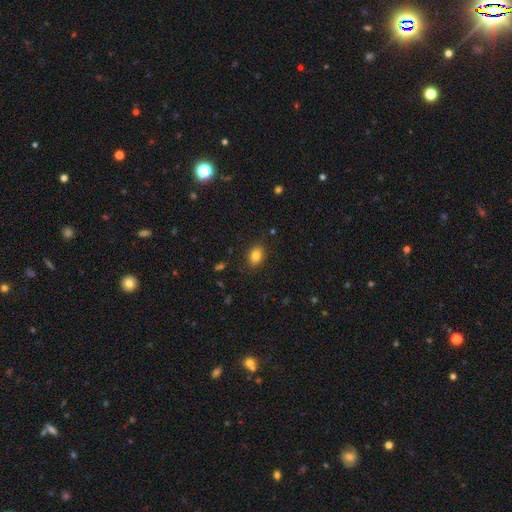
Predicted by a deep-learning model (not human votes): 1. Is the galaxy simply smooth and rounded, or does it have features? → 84% smooth, 10% star or artifact, 6% featured or disk.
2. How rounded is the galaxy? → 73% in between, 26% round, 1% cigar-shaped.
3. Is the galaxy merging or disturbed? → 86% none, 10% minor disturbance, 3% major disturbance, 1% merger.